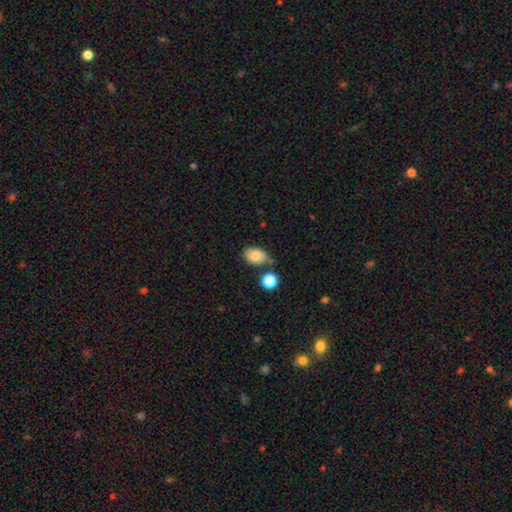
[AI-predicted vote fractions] Smooth or featured? Predicted: smooth (p=0.79). How rounded? Predicted: in between (p=0.79). Merging? Predicted: none (p=0.62).